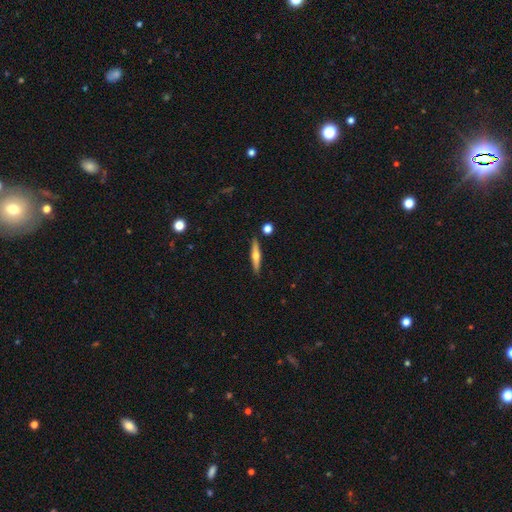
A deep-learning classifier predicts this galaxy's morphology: Smooth or featured? Predicted: featured or disk (p=0.56). Edge-on disk? Predicted: yes (p=0.96). Edge-on bulge? Predicted: rounded (p=0.91). Merging? Predicted: none (p=0.89).